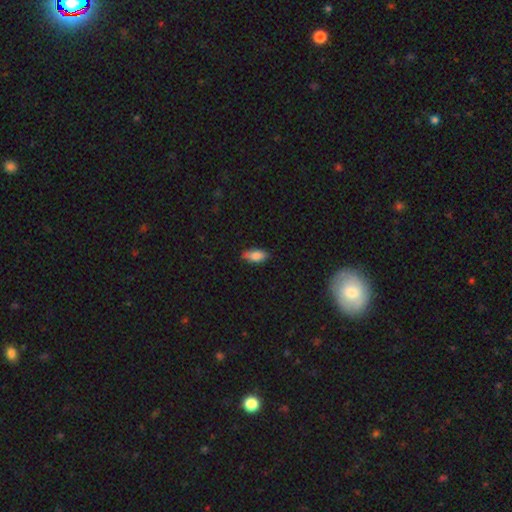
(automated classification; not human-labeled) Smooth or featured? smooth (83%)
How rounded? in between (83%)
Merging? none (79%)